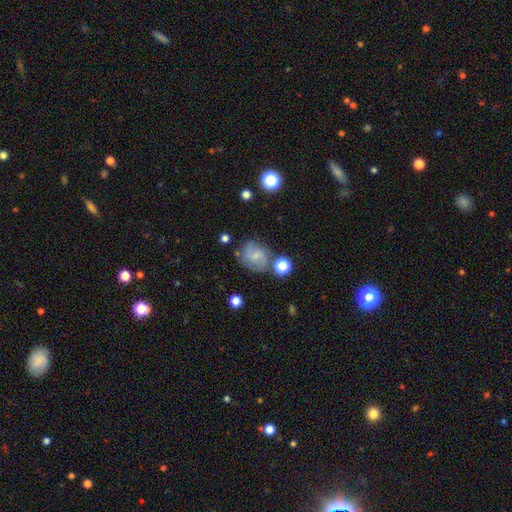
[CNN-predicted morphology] This appears to be a smooth galaxy with no disk features (51%) that is round (65%). Merging: none (62%).